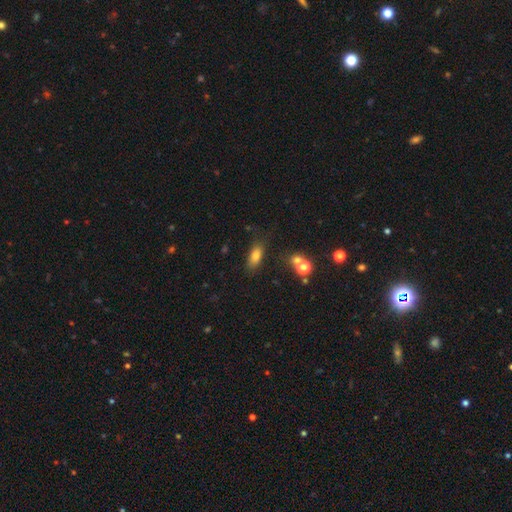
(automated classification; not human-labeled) Smooth or featured: smooth — 76% (featured or disk — 12%)
How rounded: in between — 78% (cigar-shaped — 15%)
Merging: none — 73% (minor disturbance — 16%)